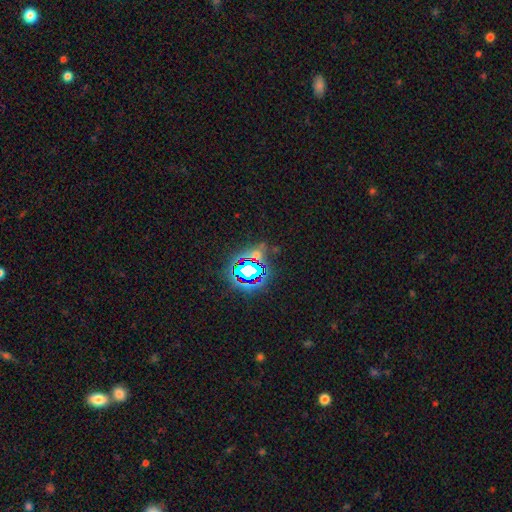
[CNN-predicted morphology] A star or artifact, not a galaxy (71%).

Vote fractions:
- Smooth or featured? star or artifact: 71% / smooth: 18% / featured or disk: 11%